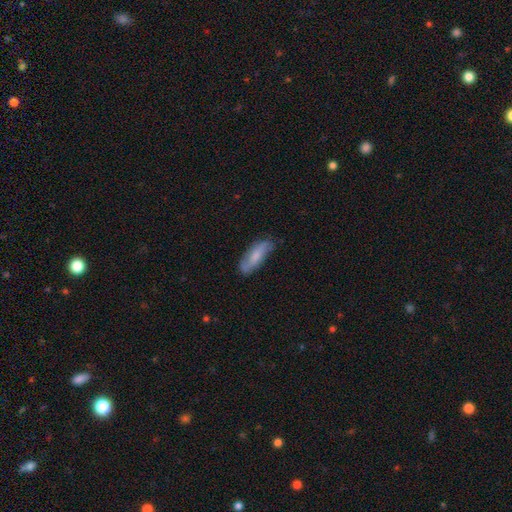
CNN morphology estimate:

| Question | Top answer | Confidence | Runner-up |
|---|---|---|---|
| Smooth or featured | smooth | 55% | featured or disk (38%) |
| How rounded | in between | 60% | cigar-shaped (38%) |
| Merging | none | 75% | minor disturbance (20%) |